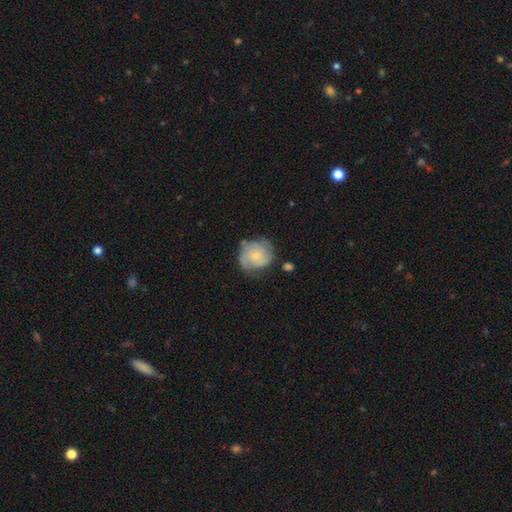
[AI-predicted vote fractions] smooth-or-featured: featured or disk: 55% | smooth: 38% | star or artifact: 7%
  disk-edge-on: no: 98% | yes: 2%
    bar: no: 74% | weak: 23% | strong: 3%
    has-spiral-arms: yes: 82% | no: 18%
    bulge-size: small: 56% | moderate: 27% | none: 13% | large: 3% | dominant: 1%
  merging: none: 58% | minor disturbance: 27% | major disturbance: 12% | merger: 4%